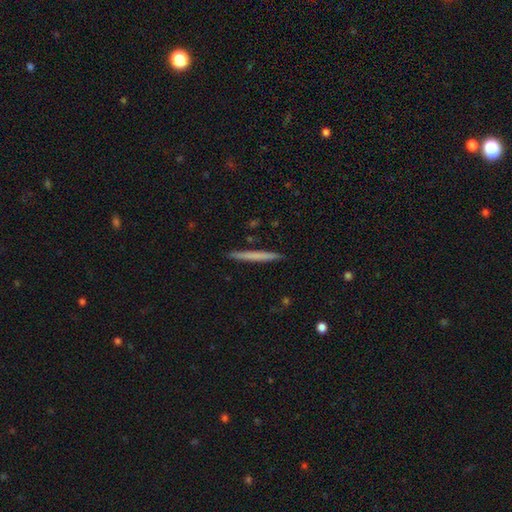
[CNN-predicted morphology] Smooth or featured? smooth (62%)
How rounded? cigar-shaped (97%)
Merging? none (92%)